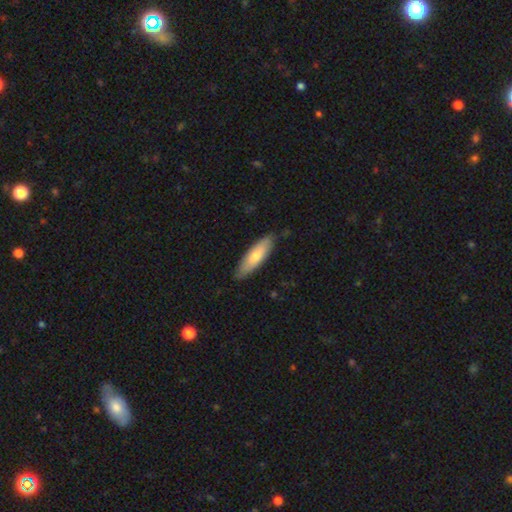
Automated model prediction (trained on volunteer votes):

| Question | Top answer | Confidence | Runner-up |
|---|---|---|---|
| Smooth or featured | smooth | 70% | featured or disk (25%) |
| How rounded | cigar-shaped | 55% | in between (43%) |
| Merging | none | 83% | minor disturbance (14%) |